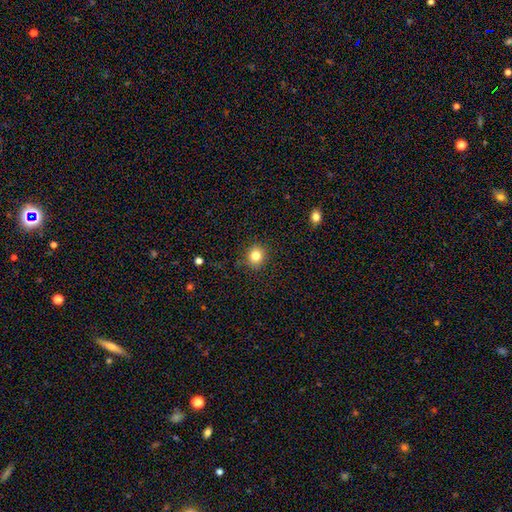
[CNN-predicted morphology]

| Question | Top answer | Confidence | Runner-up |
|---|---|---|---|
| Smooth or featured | smooth | 82% | star or artifact (11%) |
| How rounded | round | 85% | in between (14%) |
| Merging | none | 89% | minor disturbance (8%) |